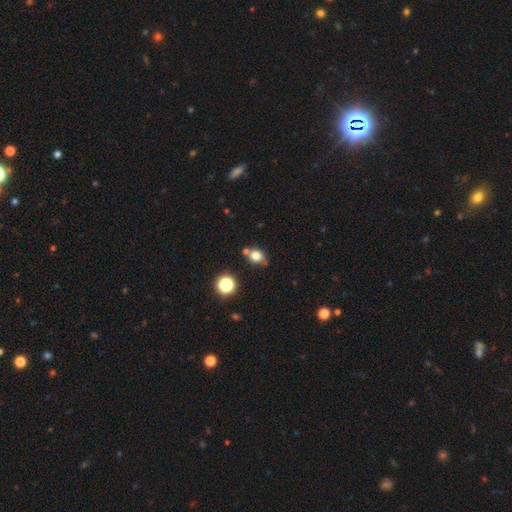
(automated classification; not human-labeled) A smooth galaxy with no disk features (78%) that is round (67%).

Vote fractions:
- Smooth or featured? smooth: 78% / star or artifact: 14% / featured or disk: 8%
- How rounded? round: 67% / in between: 32% / cigar-shaped: 1%
- Merging? none: 68% / minor disturbance: 14% / merger: 14% / major disturbance: 4%